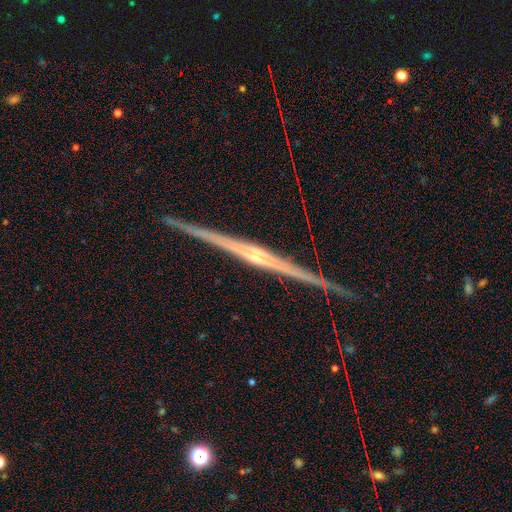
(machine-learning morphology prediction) The model was most divided on "edge-on bulge": rounded: 72%, none: 18%, boxy: 10%. More confident: edge-on disk — yes (99%); merging — none (91%); smooth or featured — featured or disk (89%).